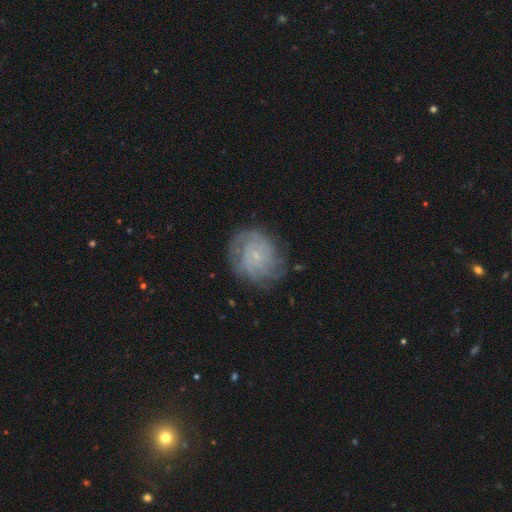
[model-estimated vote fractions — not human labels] Overall: featured or disk (73%). Edge-on disk: no (97%). Bar: no (77%). Spiral arms: yes (90%). Spiral arm count: can't tell (44%; 4 15%). Spiral winding: tight (67%). Bulge size: small (83%). Merging: none (73%).